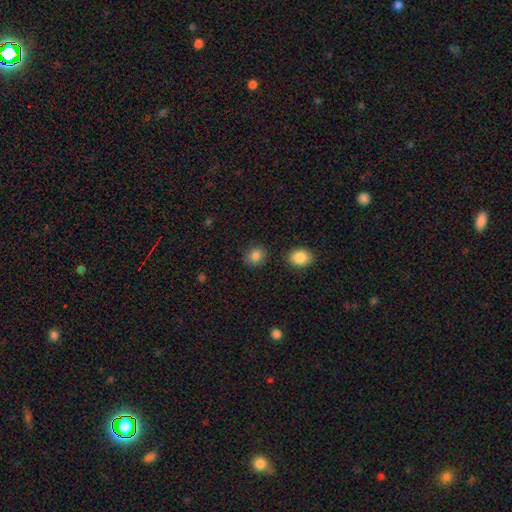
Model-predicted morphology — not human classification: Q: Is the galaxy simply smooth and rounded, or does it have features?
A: smooth — 85%.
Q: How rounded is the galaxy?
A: round — 65%.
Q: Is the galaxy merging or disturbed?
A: none — 83%.